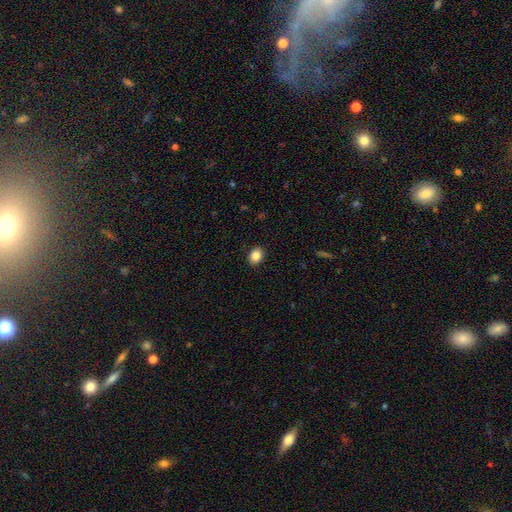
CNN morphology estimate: Smooth or featured: smooth — 87% (star or artifact — 9%)
How rounded: in between — 60% (round — 39%)
Merging: none — 90% (minor disturbance — 7%)